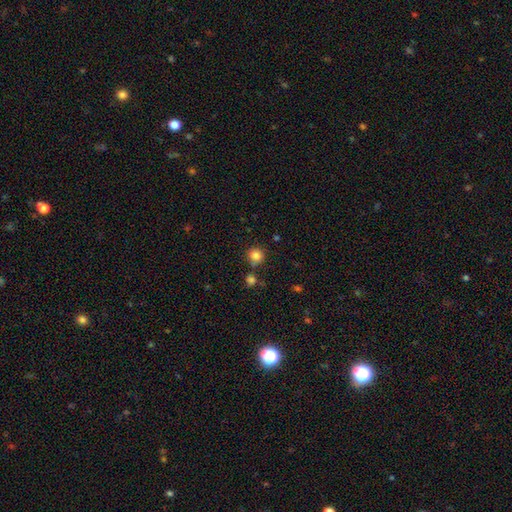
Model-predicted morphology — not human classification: Smooth or featured? Predicted: smooth (p=0.83). How rounded? Predicted: round (p=0.88). Merging? Predicted: none (p=0.75).